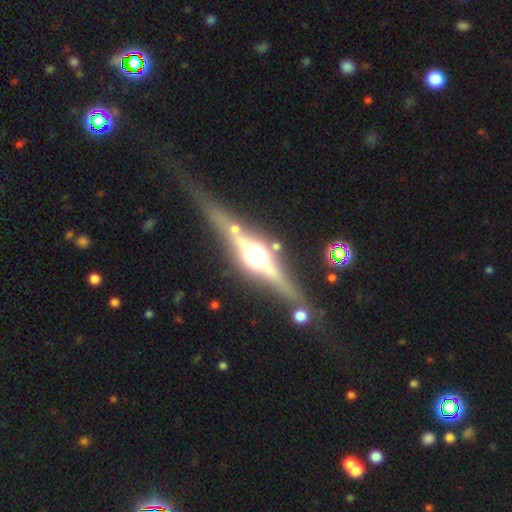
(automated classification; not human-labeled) Smooth or featured?
  - featured or disk: 79% *
  - smooth: 14%
  - star or artifact: 8%
Edge-on disk?
  - yes: 95% *
  - no: 5%
Edge-on bulge?
  - rounded: 93% *
  - boxy: 6%
  - none: 2%
Merging?
  - none: 82% *
  - minor disturbance: 10%
  - merger: 5%
  - major disturbance: 3%